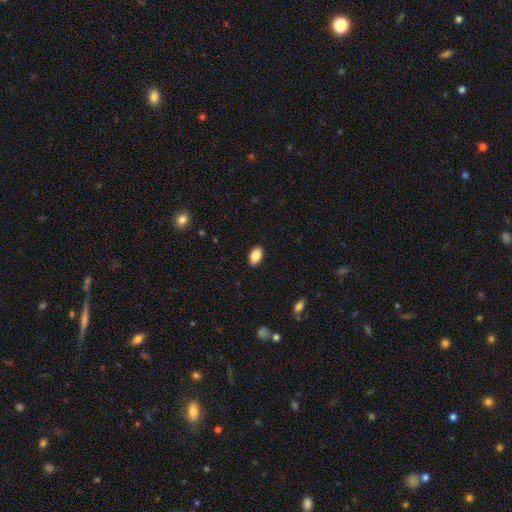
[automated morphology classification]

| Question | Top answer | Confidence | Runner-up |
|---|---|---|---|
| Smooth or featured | smooth | 87% | star or artifact (7%) |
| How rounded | in between | 91% | round (7%) |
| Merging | none | 90% | minor disturbance (7%) |